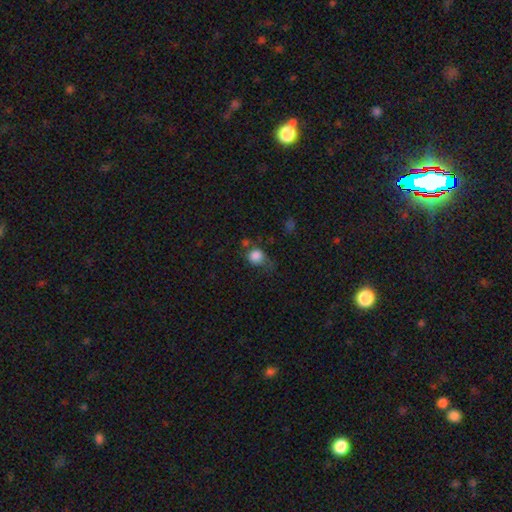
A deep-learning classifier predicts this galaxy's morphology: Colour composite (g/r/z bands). It shows a smooth galaxy with no disk features (84%) that is round (81%). Merging: none (49%).